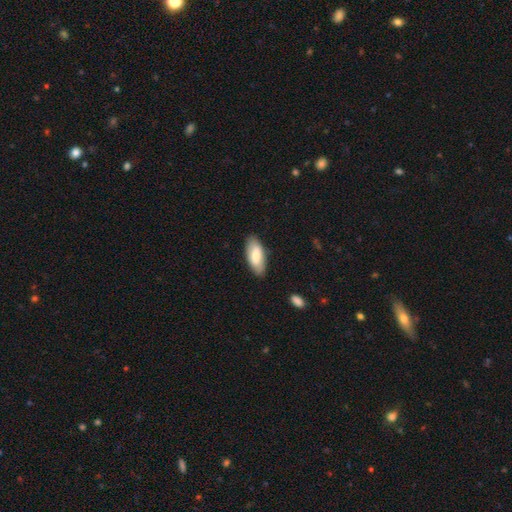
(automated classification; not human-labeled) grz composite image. It shows a smooth galaxy with no disk features (74%) that is in between round and cigar-shaped (83%). Merging: none (84%).